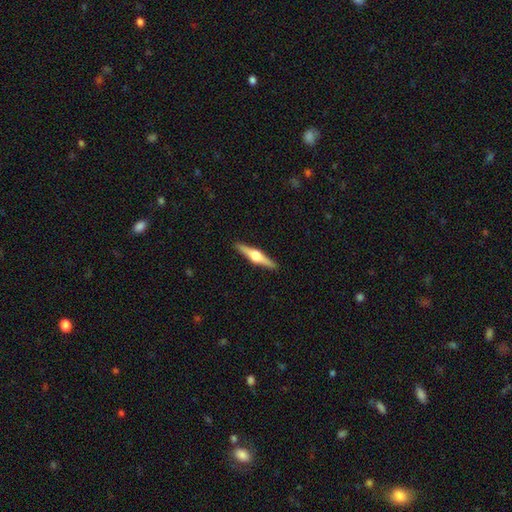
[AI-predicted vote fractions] A featured or disk galaxy (75%) viewed edge-on (98%) with a rounded central bulge (95%).

Vote fractions:
- Smooth or featured? featured or disk: 75% / smooth: 20% / star or artifact: 5%
- Edge-on disk? yes: 98% / no: 2%
- Edge-on bulge? rounded: 95% / boxy: 3% / none: 1%
- Merging? none: 92% / minor disturbance: 6% / major disturbance: 1% / merger: 1%